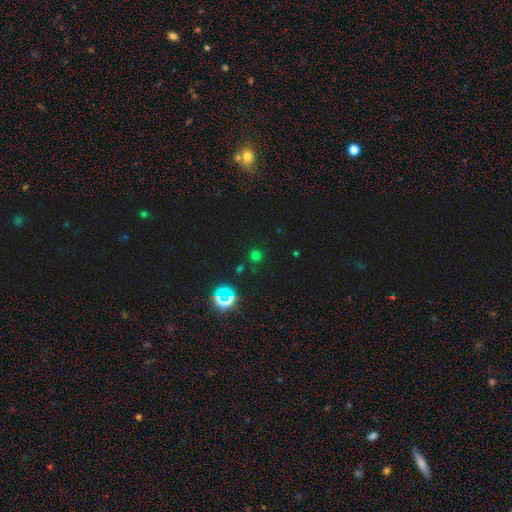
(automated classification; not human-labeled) A smooth galaxy with no disk features (56%) that is round (93%).

Vote fractions:
- Smooth or featured? smooth: 56% / star or artifact: 39% / featured or disk: 6%
- How rounded? round: 93% / in between: 6% / cigar-shaped: 1%
- Merging? none: 85% / minor disturbance: 8% / merger: 4% / major disturbance: 3%